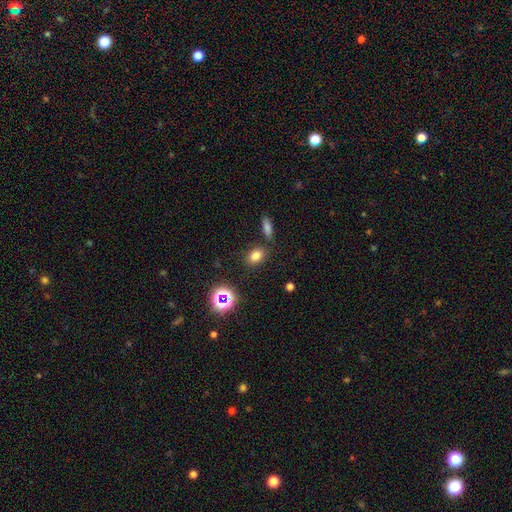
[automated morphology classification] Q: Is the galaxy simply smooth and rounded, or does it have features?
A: smooth — 75%.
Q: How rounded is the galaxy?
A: in between — 69%.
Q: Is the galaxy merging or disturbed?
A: none — 81%.